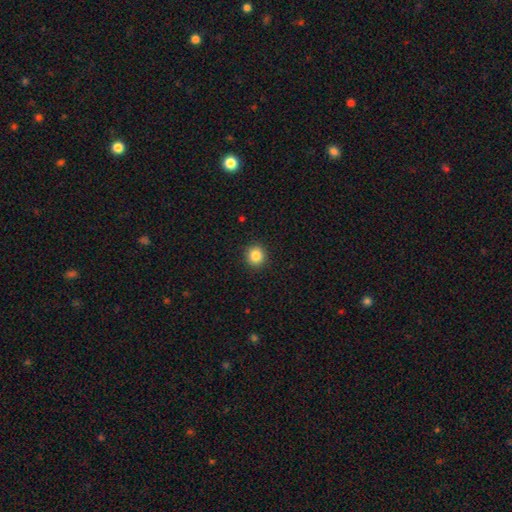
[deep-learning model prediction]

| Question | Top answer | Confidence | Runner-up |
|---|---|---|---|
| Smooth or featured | smooth | 86% | star or artifact (10%) |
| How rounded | round | 88% | in between (11%) |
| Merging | none | 92% | minor disturbance (6%) |